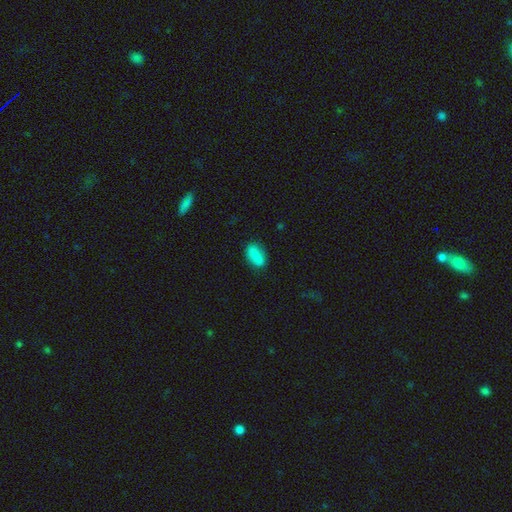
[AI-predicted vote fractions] Smooth or featured? smooth (86%)
How rounded? in between (88%)
Merging? none (80%)